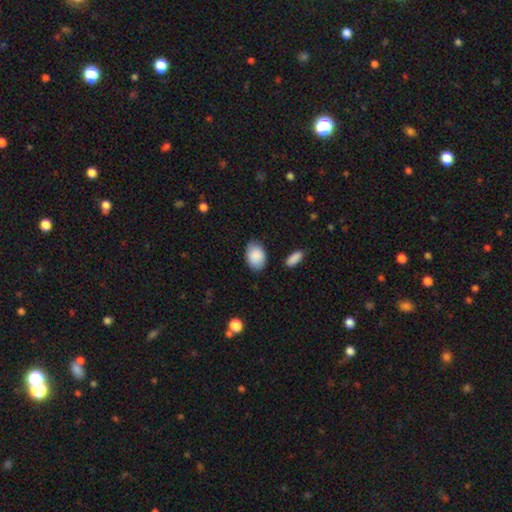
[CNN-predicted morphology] Smooth or featured?
  - smooth: 89% *
  - star or artifact: 6%
  - featured or disk: 5%
How rounded?
  - in between: 84% *
  - round: 15%
  - cigar-shaped: 1%
Merging?
  - none: 81% *
  - minor disturbance: 14%
  - major disturbance: 3%
  - merger: 2%